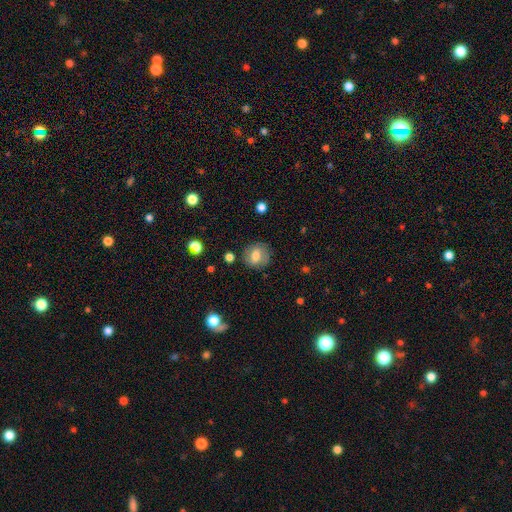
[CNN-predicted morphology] Overall: smooth (63%; featured or disk 27%). How rounded: round (70%). Merging: none (79%).